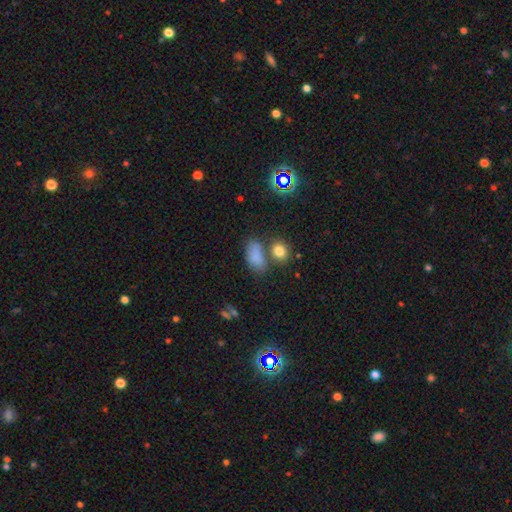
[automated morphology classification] smooth-or-featured: smooth: 79% | star or artifact: 13% | featured or disk: 8%
  how-rounded: in between: 86% | round: 10% | cigar-shaped: 4%
  merging: none: 52% | merger: 21% | minor disturbance: 19% | major disturbance: 9%